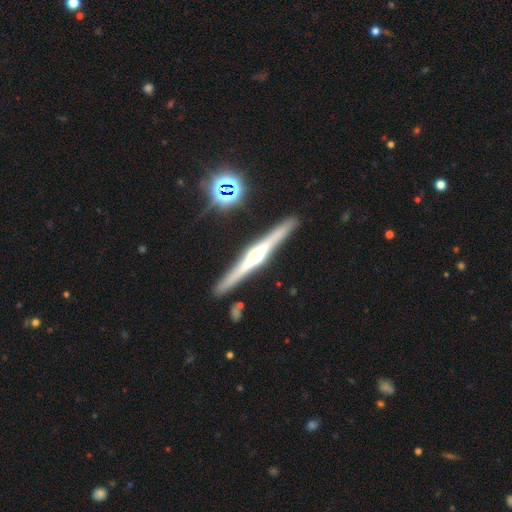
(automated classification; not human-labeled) Smooth or featured?
  - featured or disk: 74% *
  - smooth: 20%
  - star or artifact: 6%
Edge-on disk?
  - yes: 98% *
  - no: 2%
Edge-on bulge?
  - rounded: 85% *
  - boxy: 10%
  - none: 6%
Merging?
  - none: 88% *
  - minor disturbance: 8%
  - merger: 2%
  - major disturbance: 2%